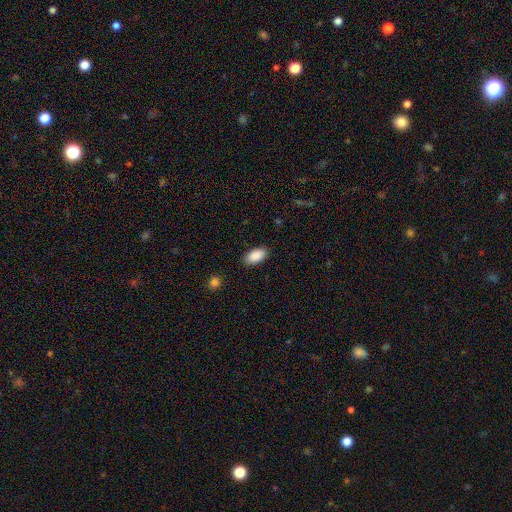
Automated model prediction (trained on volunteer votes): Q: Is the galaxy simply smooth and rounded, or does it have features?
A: smooth — 90%.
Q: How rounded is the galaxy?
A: in between — 94%.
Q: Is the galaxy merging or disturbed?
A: none — 87%.